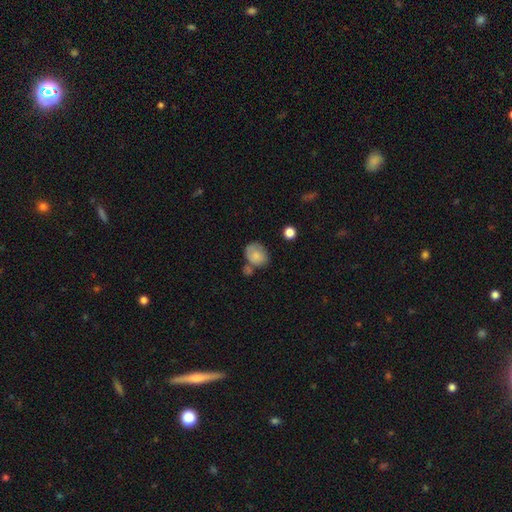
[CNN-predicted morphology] This appears to be a smooth galaxy with no disk features (77%) that is in between round and cigar-shaped (50%). Merging: none (49%).